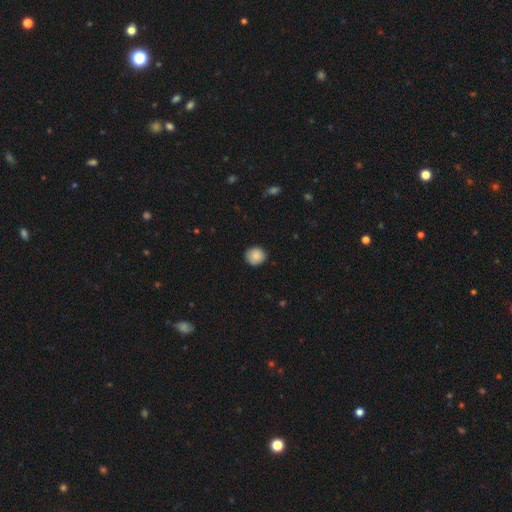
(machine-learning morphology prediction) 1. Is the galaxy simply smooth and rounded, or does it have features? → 87% smooth, 8% star or artifact, 5% featured or disk.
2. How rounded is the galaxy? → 89% round, 10% in between, 1% cigar-shaped.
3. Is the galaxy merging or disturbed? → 88% none, 9% minor disturbance, 2% major disturbance, 1% merger.